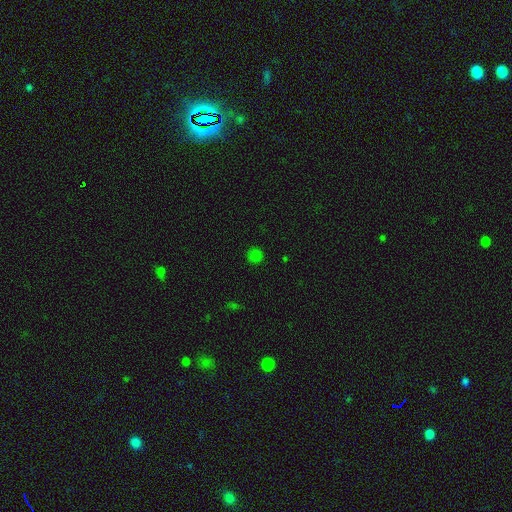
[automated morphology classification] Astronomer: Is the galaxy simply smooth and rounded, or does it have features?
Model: smooth — 77%.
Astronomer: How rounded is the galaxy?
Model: round — 92%.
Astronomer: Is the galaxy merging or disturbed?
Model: none — 88%.